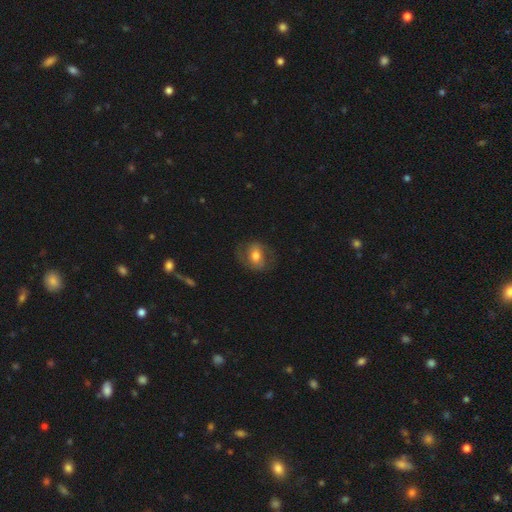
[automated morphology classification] Q: Smooth or featured?
A: smooth (52%); runner-up: featured or disk (41%)
Q: How rounded?
A: in between (57%); runner-up: round (42%)
Q: Merging?
A: none (69%); runner-up: minor disturbance (18%)